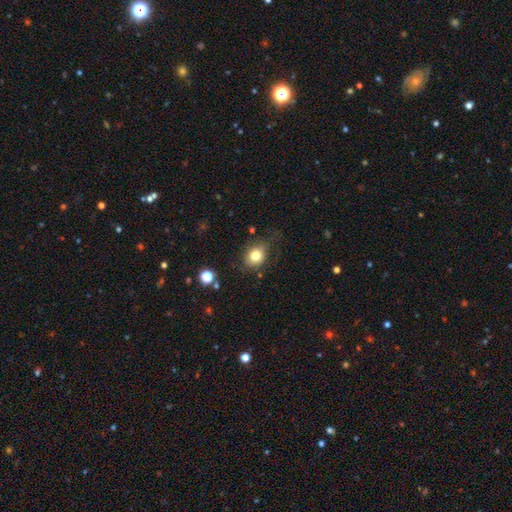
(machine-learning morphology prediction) This appears to be a smooth galaxy with no disk features (79%) that is round (55%). Merging: none (68%).